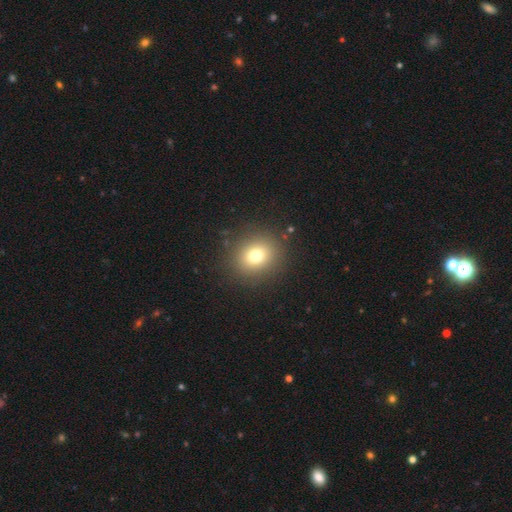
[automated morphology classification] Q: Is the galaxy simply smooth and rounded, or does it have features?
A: smooth — 75%.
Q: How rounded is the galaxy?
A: round — 72%.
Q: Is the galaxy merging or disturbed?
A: none — 88%.